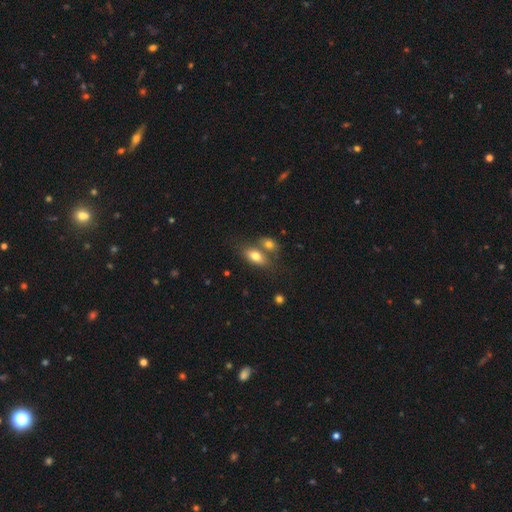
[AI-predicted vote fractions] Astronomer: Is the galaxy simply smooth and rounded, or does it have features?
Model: smooth — 77%.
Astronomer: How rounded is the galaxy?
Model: in between — 86%.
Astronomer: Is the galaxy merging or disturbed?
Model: none — 45% (runner-up: merger, 40%).